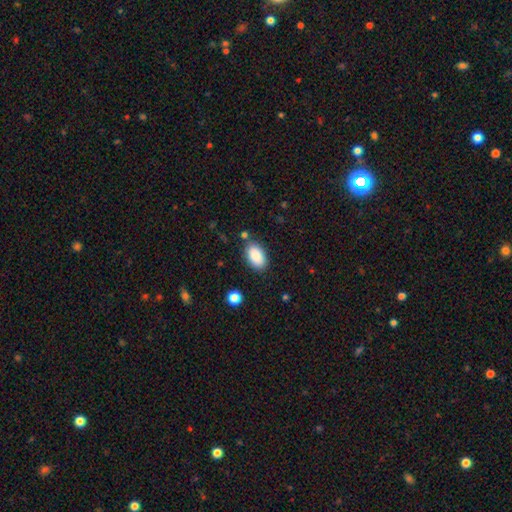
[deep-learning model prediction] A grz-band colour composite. It shows a smooth galaxy with no disk features (88%) that is in between round and cigar-shaped (94%). Merging: none (82%).